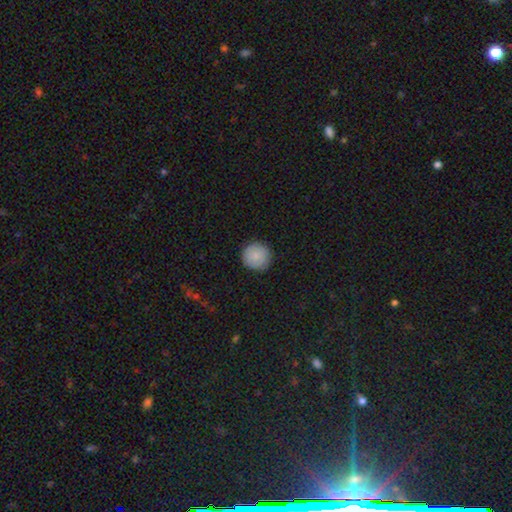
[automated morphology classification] This is clearly a smooth galaxy (85%). How rounded: clearly round (95%). Merging: clearly none (89%).